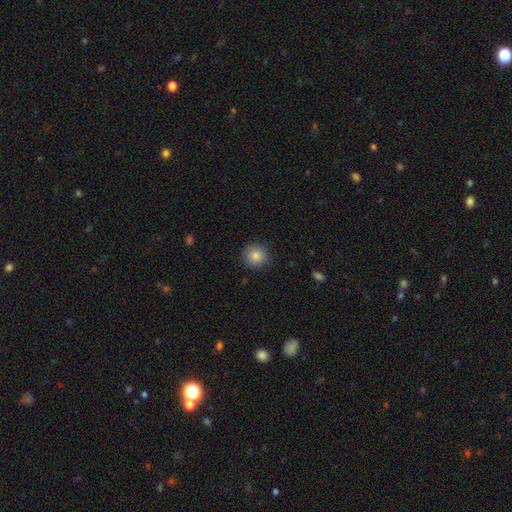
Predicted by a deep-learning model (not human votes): smooth_or_featured: smooth (p=0.83) [alt: star or artifact p=0.10]
how_rounded: round (p=0.92) [alt: in between p=0.07]
merging: none (p=0.89) [alt: minor disturbance p=0.08]